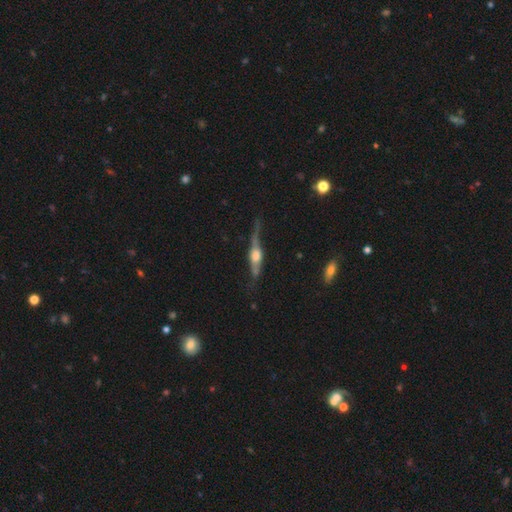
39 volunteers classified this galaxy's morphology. Smooth or featured?
  - featured or disk: 74% *
  - smooth: 18%
  - star or artifact: 8%
Edge-on disk?
  - yes: 100% *
  - no: 0%
Edge-on bulge?
  - rounded: 83% *
  - boxy: 17%
  - none: 0%
Merging?
  - none: 50% *
  - minor disturbance: 36%
  - major disturbance: 14%
  - merger: 0%